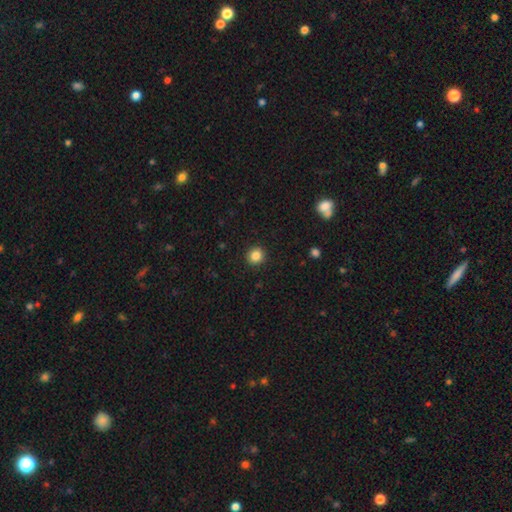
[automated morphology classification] Smooth or featured? Predicted: smooth (p=0.85). How rounded? Predicted: round (p=0.92). Merging? Predicted: none (p=0.92).